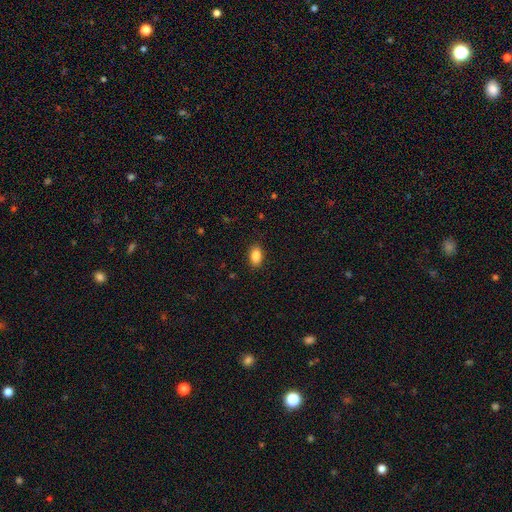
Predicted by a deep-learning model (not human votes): Q: Smooth or featured?
A: smooth (89%); runner-up: star or artifact (8%)
Q: How rounded?
A: in between (91%); runner-up: round (6%)
Q: Merging?
A: none (88%); runner-up: minor disturbance (8%)